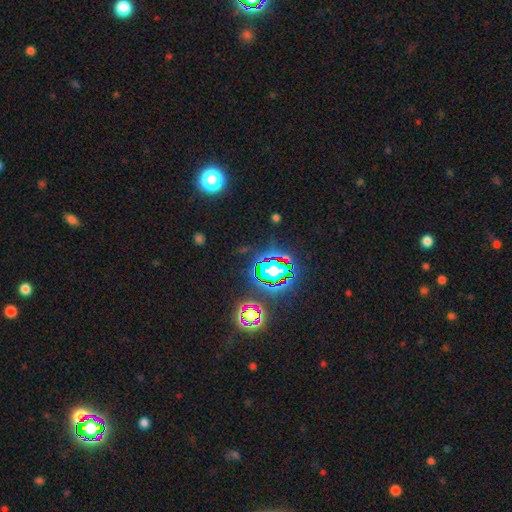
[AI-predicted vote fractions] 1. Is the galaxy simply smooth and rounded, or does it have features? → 80% star or artifact, 12% smooth, 8% featured or disk.